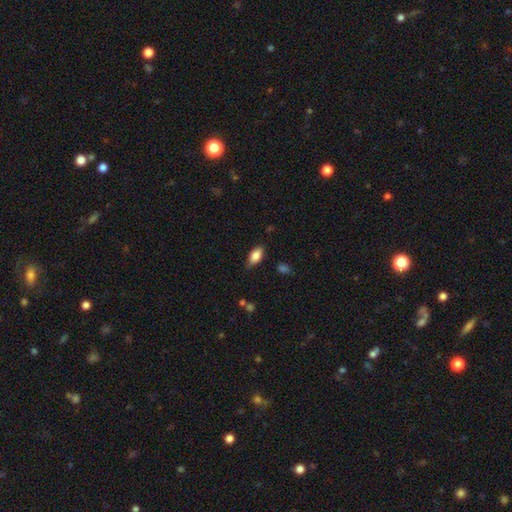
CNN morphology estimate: smooth-or-featured: smooth: 82% | featured or disk: 10% | star or artifact: 8%
  how-rounded: in between: 89% | cigar-shaped: 6% | round: 5%
  merging: none: 77% | minor disturbance: 18% | major disturbance: 3% | merger: 2%